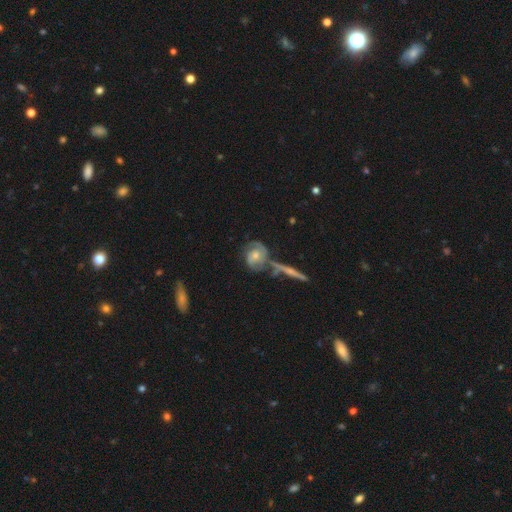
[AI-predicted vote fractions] This is likely a featured or disk galaxy (78%). It is clearly not viewed edge-on (91%). Bar: likely no (63%). Spiral arm pattern: clearly yes (91%). Spiral arm count: likely 2 (61%). Spiral winding: possibly tight (48%). Central bulge: possibly moderate (56%). Merging: possibly none (48%).